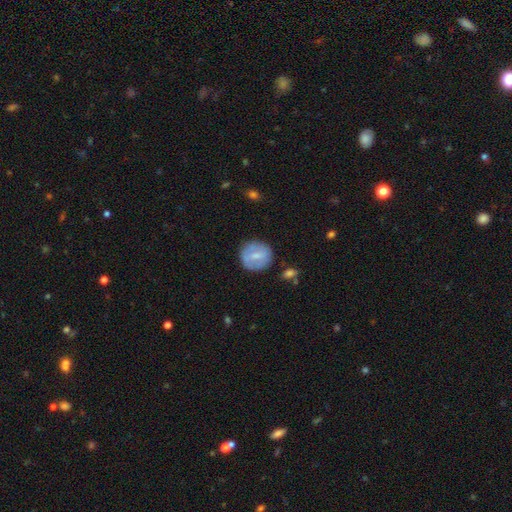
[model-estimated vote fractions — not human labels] A smooth galaxy with no disk features (55%) that is round (85%). Merging: none (78%).